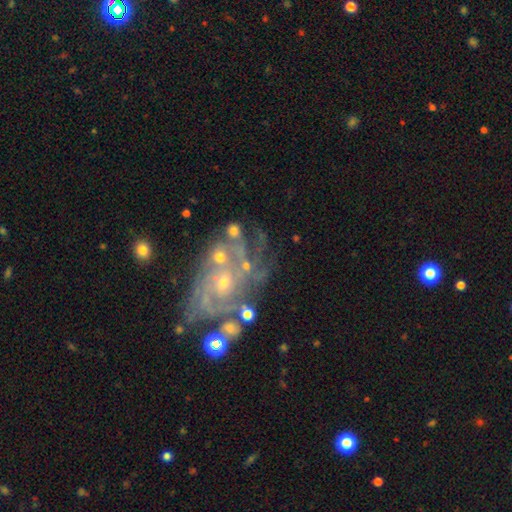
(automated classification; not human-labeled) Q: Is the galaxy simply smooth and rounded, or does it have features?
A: featured or disk — 81%.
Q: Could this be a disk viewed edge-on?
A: no — 96%.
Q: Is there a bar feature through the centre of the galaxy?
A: no — 78%.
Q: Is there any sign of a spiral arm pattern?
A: yes — 87%.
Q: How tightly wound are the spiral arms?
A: tight — 59%.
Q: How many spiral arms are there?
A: can't tell — 43%.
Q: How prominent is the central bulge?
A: small — 74%.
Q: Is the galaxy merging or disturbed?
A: none — 62%.